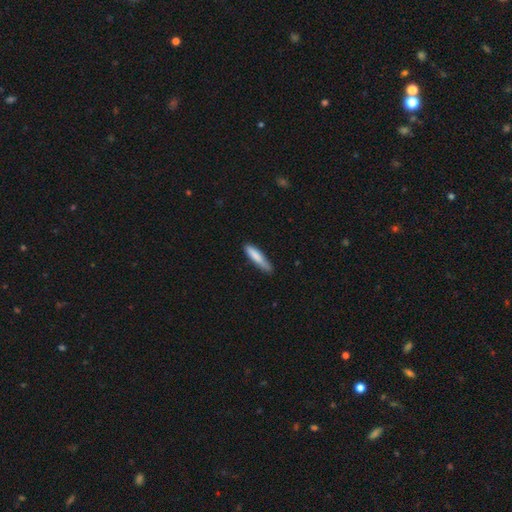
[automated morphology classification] Overall: smooth (81%). How rounded: cigar-shaped (84%). Merging: none (71%).